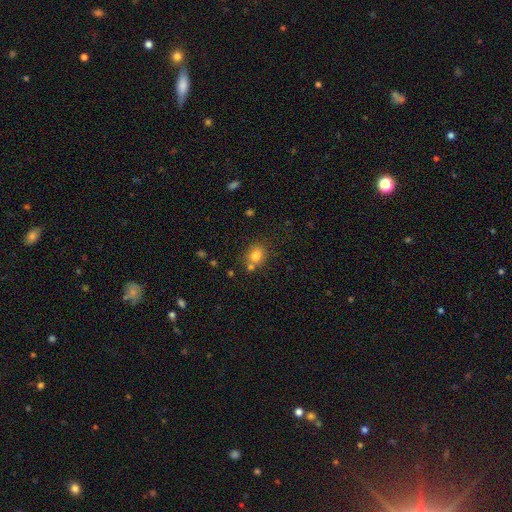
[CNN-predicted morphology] Smooth or featured: smooth — 79% (star or artifact — 12%)
How rounded: round — 60% (in between — 39%)
Merging: none — 66% (merger — 18%)